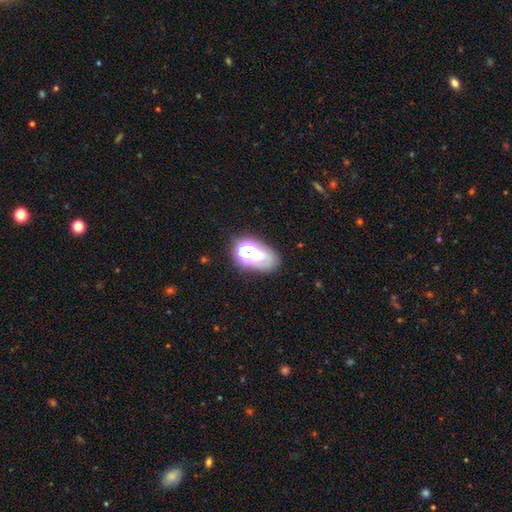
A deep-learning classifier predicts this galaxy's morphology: The model was most divided on "smooth or featured": smooth: 44%, featured or disk: 35%, star or artifact: 21%. Remaining: merging — none (41%).